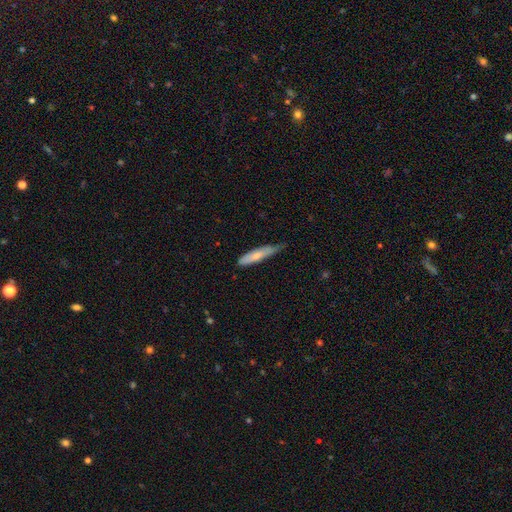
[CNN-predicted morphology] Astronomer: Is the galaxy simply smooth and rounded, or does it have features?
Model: smooth — 66%.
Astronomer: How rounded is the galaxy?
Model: cigar-shaped — 83%.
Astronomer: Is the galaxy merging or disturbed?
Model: none — 52% (runner-up: minor disturbance, 39%).